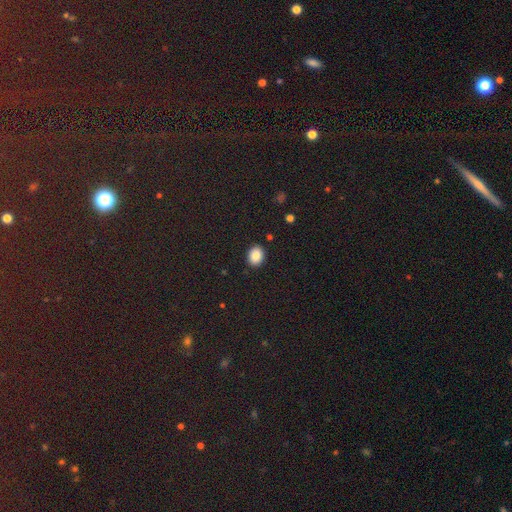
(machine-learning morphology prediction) Smooth or featured?
  - smooth: 87% *
  - star or artifact: 9%
  - featured or disk: 5%
How rounded?
  - in between: 59% *
  - round: 40%
  - cigar-shaped: 1%
Merging?
  - none: 90% *
  - minor disturbance: 7%
  - major disturbance: 2%
  - merger: 1%